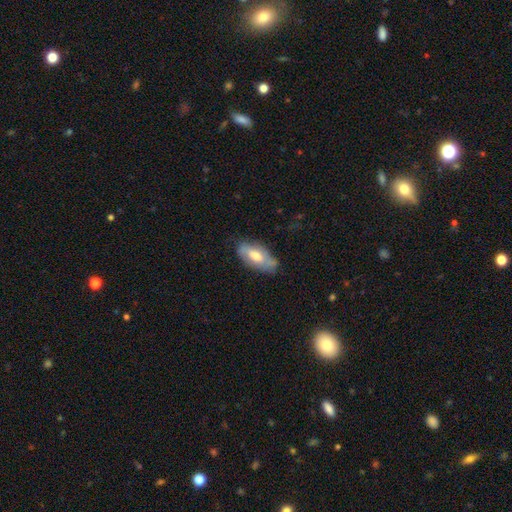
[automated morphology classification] Overall: smooth (60%; featured or disk 34%). How rounded: in between (88%). Merging: none (66%).